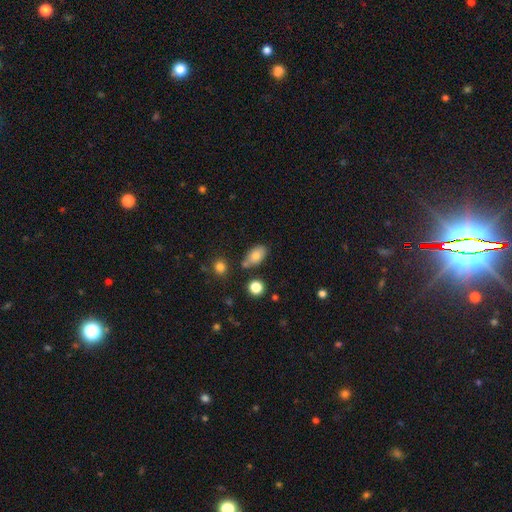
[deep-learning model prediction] Morphology: type=smooth (77%); roundness=in between (89%); merging=none (69%).